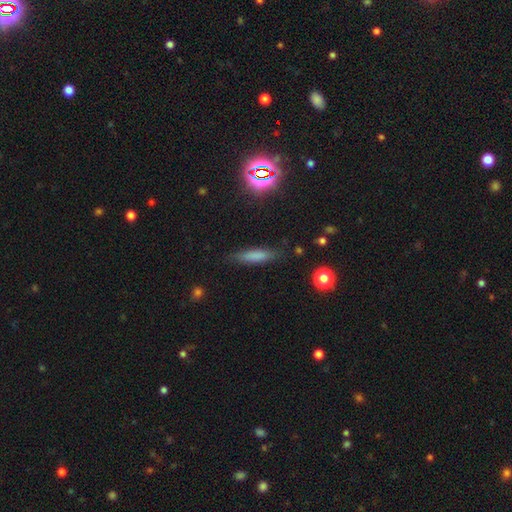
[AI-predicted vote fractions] The model was most divided on "how rounded": cigar-shaped: 71%, in between: 27%, round: 2%. More confident: merging — none (82%); smooth or featured — smooth (72%).